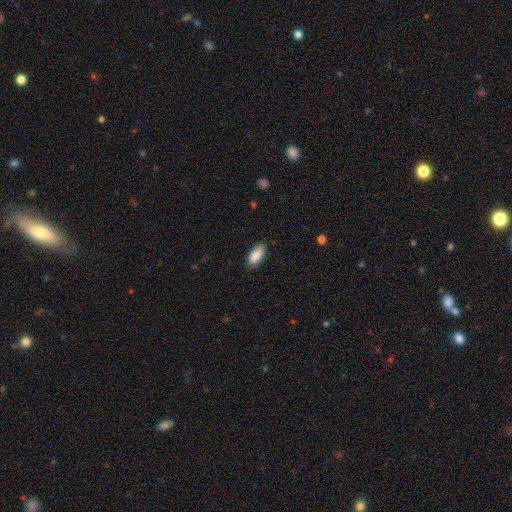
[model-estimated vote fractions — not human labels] Q: Smooth or featured?
A: smooth (87%); runner-up: star or artifact (6%)
Q: How rounded?
A: in between (85%); runner-up: cigar-shaped (13%)
Q: Merging?
A: none (83%); runner-up: minor disturbance (13%)